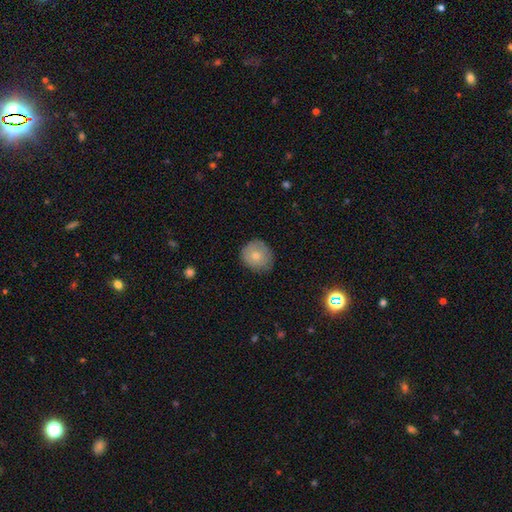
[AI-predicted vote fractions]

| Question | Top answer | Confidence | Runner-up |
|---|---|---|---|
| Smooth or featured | smooth | 74% | featured or disk (19%) |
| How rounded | round | 81% | in between (18%) |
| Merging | none | 75% | minor disturbance (20%) |